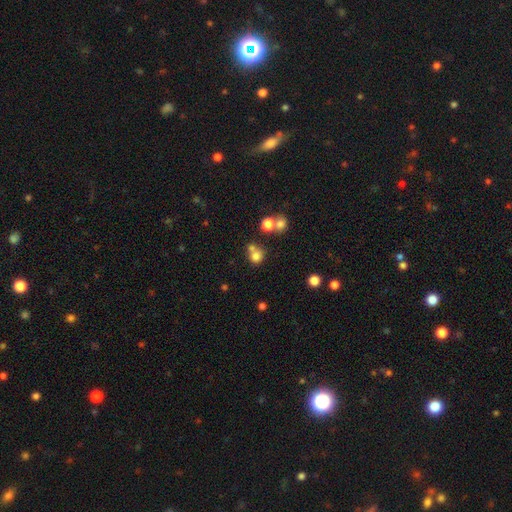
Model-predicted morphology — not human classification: smooth 75%, star or artifact 15%, featured or disk 10%. Down the decision tree: how rounded — round (86%); merging — none (54%).